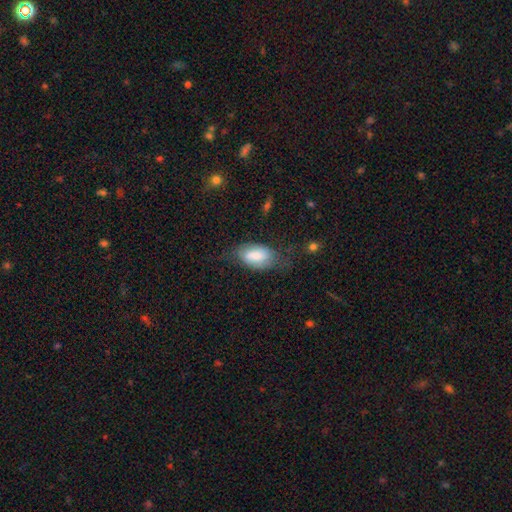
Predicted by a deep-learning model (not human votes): Smooth or featured: smooth — 72% (featured or disk — 21%)
How rounded: in between — 92% (round — 4%)
Merging: none — 52% (minor disturbance — 28%)